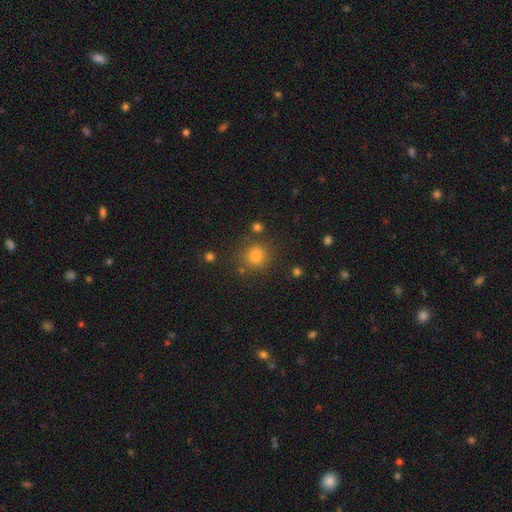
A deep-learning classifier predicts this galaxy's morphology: This appears to be a smooth galaxy with no disk features (79%) that is round (87%). Merging: none (81%).